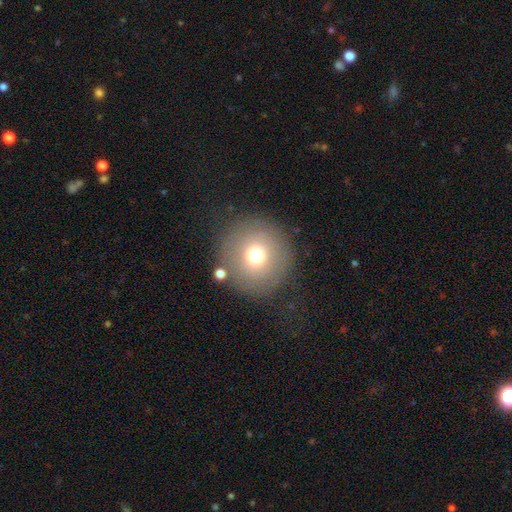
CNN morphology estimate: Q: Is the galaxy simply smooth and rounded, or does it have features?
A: smooth — 72%.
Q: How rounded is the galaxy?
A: round — 96%.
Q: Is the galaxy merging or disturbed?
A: none — 84%.